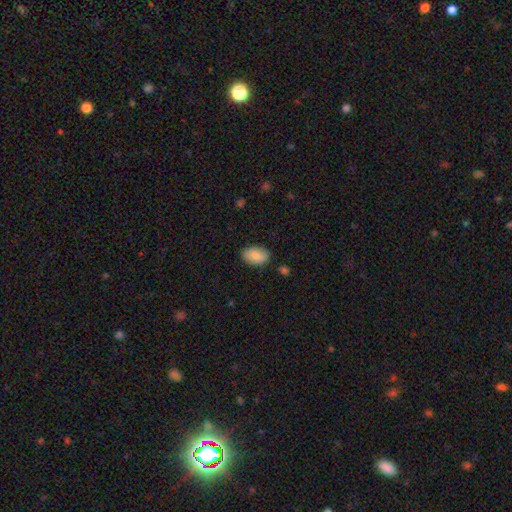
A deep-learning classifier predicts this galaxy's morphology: The model was most divided on "merging": none: 82%, minor disturbance: 13%, major disturbance: 3%, merger: 2%. More confident: how rounded — in between (91%); smooth or featured — smooth (88%).